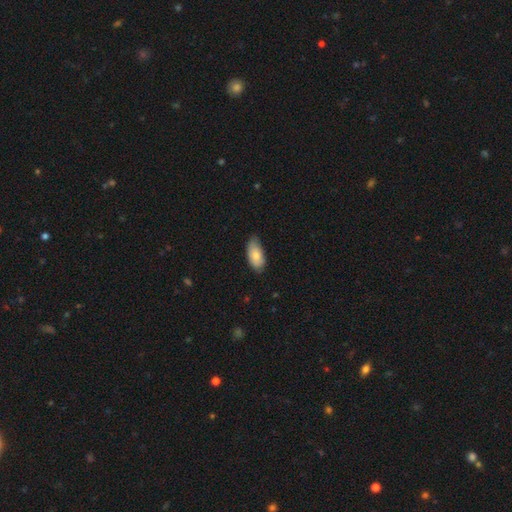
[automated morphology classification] smooth_or_featured: smooth (p=0.78) [alt: featured or disk p=0.16]
how_rounded: in between (p=0.91) [alt: cigar-shaped p=0.06]
merging: none (p=0.65) [alt: minor disturbance p=0.30]